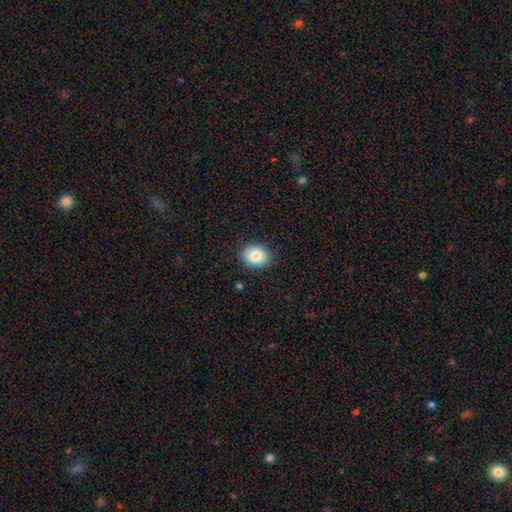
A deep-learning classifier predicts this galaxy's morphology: Smooth or featured?
  - smooth: 83% *
  - star or artifact: 9%
  - featured or disk: 8%
How rounded?
  - in between: 53% *
  - round: 46%
  - cigar-shaped: 1%
Merging?
  - none: 87% *
  - minor disturbance: 10%
  - major disturbance: 2%
  - merger: 1%